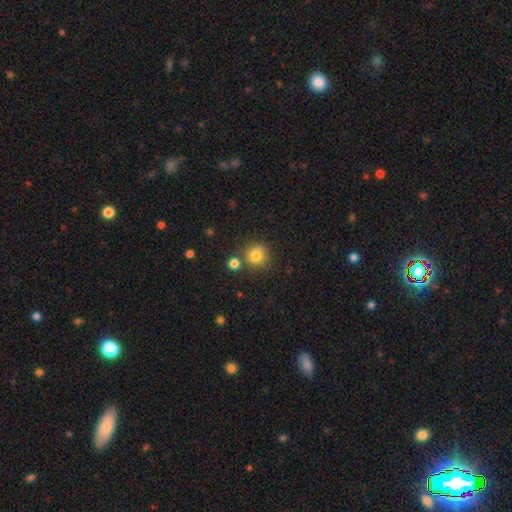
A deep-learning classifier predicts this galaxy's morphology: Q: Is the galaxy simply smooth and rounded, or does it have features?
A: smooth — 81%.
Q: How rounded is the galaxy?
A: round — 89%.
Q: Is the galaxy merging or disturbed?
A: none — 71%.